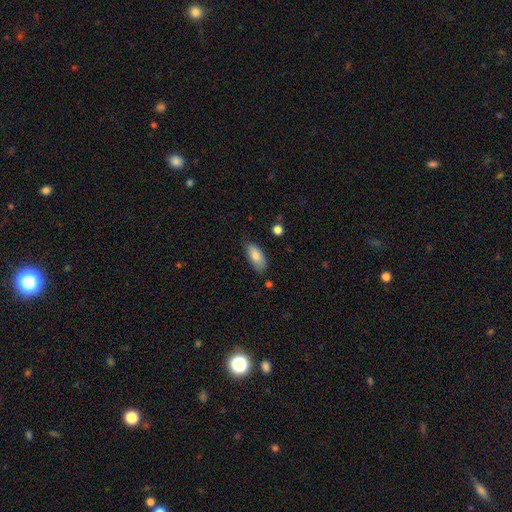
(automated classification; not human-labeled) This is clearly a smooth galaxy (82%). How rounded: clearly in between (89%). Merging: likely none (68%).